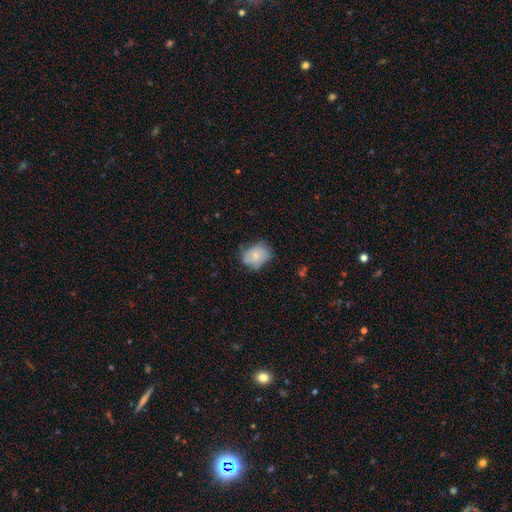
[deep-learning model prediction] Smooth or featured? Predicted: smooth (p=0.73). How rounded? Predicted: in between (p=0.59). Merging? Predicted: none (p=0.59).